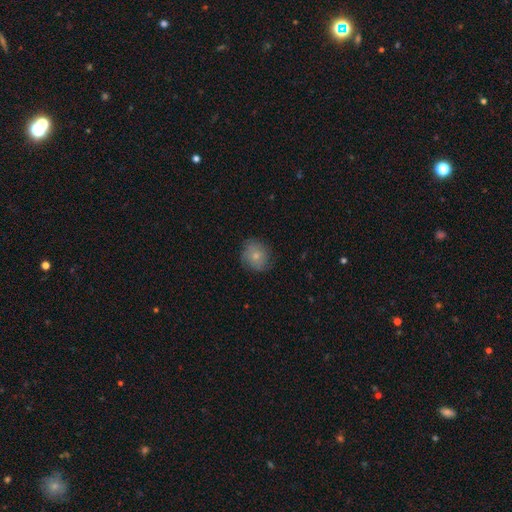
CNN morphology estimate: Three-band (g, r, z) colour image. It shows a smooth galaxy with no disk features (68%) that is round (76%). Merging: none (74%).